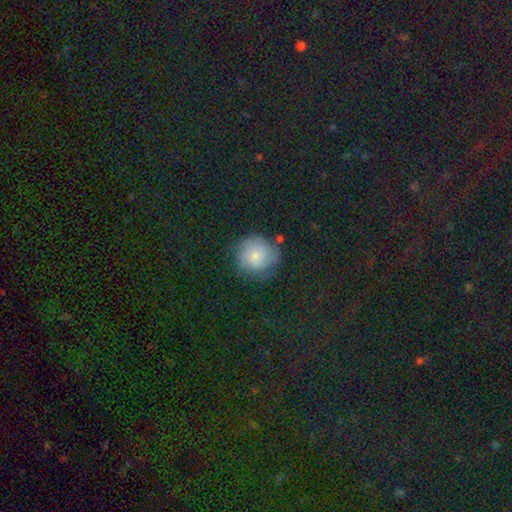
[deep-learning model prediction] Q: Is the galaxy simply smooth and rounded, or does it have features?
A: smooth — 64%.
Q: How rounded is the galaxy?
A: round — 89%.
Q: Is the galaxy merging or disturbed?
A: none — 68%.